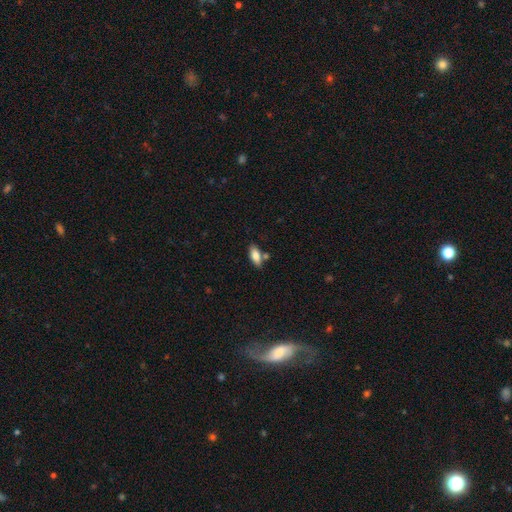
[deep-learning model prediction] Smooth or featured? smooth (82%)
How rounded? in between (85%)
Merging? none (71%)